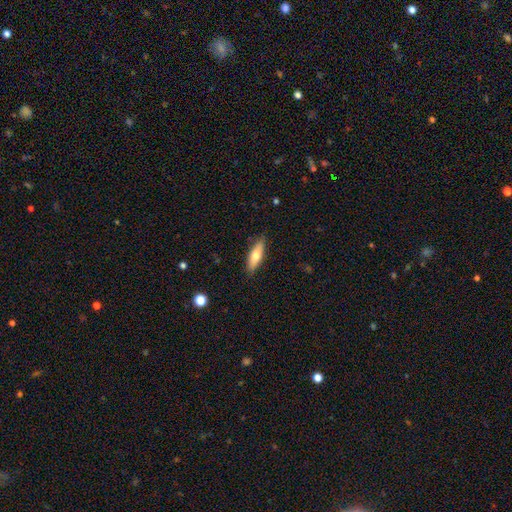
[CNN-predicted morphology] type=smooth (69%); roundness=cigar-shaped (50%); merging=none (87%).